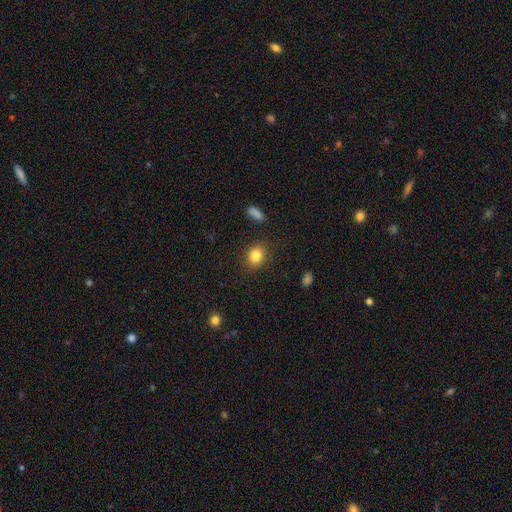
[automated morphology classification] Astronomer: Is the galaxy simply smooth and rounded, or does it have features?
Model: smooth — 83%.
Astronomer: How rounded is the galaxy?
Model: round — 55% (runner-up: in between, 44%).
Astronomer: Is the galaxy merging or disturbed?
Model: none — 86%.